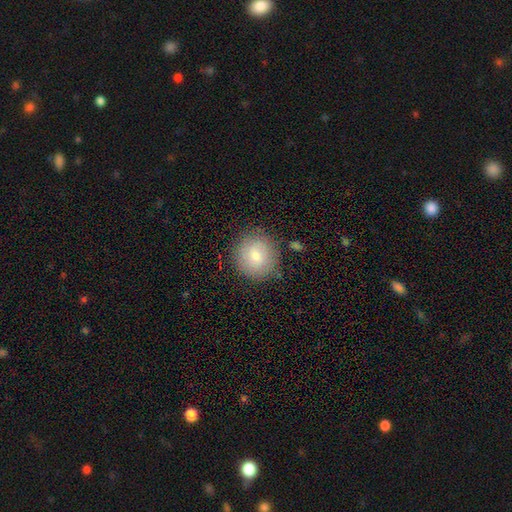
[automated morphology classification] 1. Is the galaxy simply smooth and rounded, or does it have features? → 75% smooth, 17% featured or disk, 8% star or artifact.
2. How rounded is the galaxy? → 91% round, 8% in between, 1% cigar-shaped.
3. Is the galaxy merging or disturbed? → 82% none, 12% minor disturbance, 4% major disturbance, 2% merger.